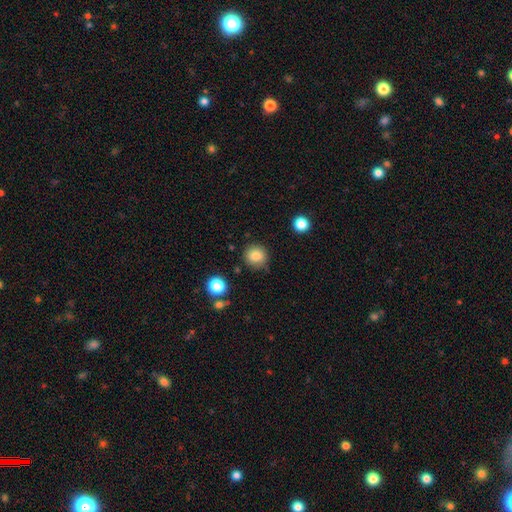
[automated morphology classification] Smooth or featured? Predicted: smooth (p=0.84). How rounded? Predicted: round (p=0.90). Merging? Predicted: none (p=0.84).